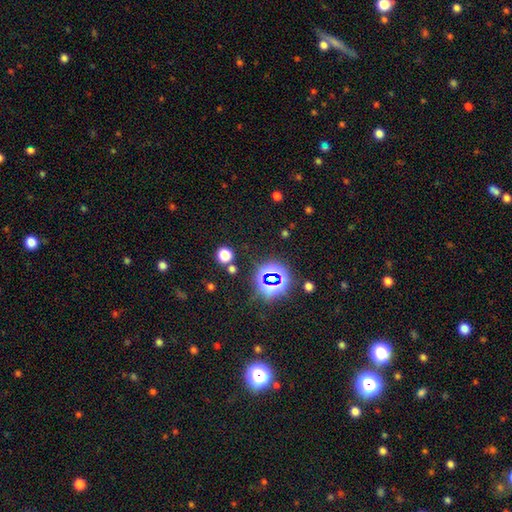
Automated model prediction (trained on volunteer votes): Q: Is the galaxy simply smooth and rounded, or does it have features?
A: star or artifact — 80%.